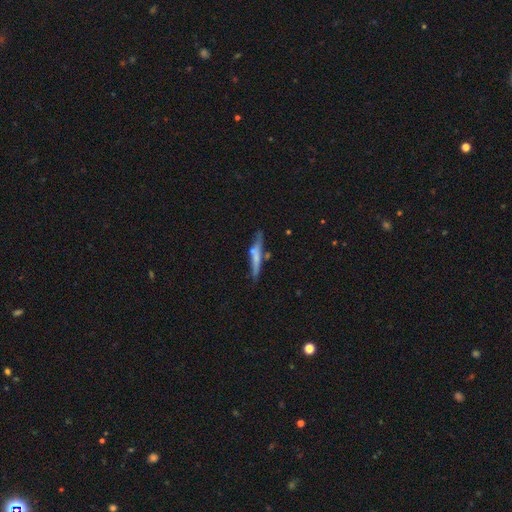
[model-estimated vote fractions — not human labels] A smooth galaxy with no disk features (53%) that is cigar-shaped (91%).

Vote fractions:
- Smooth or featured? smooth: 53% / featured or disk: 41% / star or artifact: 7%
- How rounded? cigar-shaped: 91% / in between: 7% / round: 2%
- Merging? none: 65% / minor disturbance: 19% / merger: 11% / major disturbance: 5%